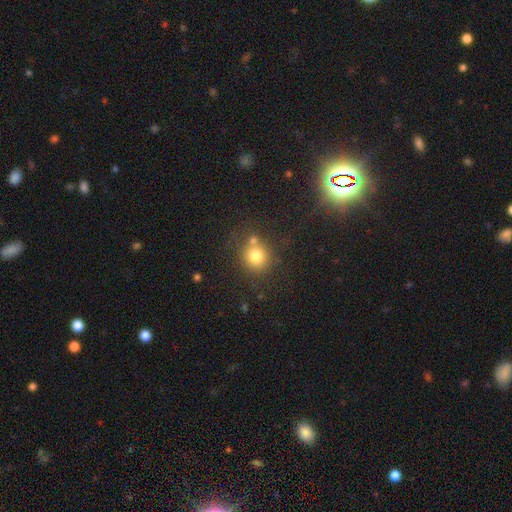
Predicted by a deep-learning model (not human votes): smooth_or_featured: smooth (p=0.77) [alt: star or artifact p=0.13]
how_rounded: round (p=0.87) [alt: in between p=0.12]
merging: none (p=0.63) [alt: merger p=0.21]